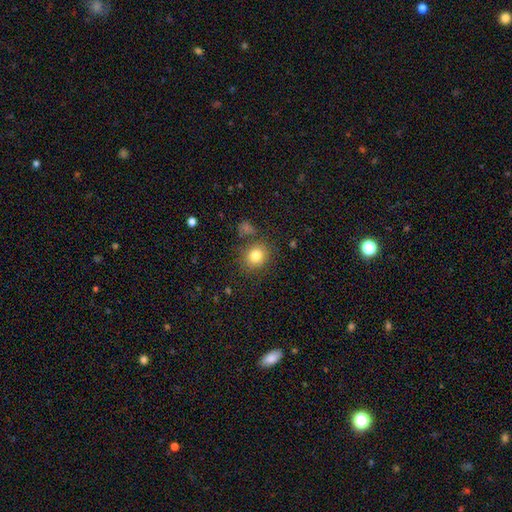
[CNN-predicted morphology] The model was most divided on "how rounded": round: 73%, in between: 26%, cigar-shaped: 1%. More confident: smooth or featured — smooth (81%); merging — none (80%).